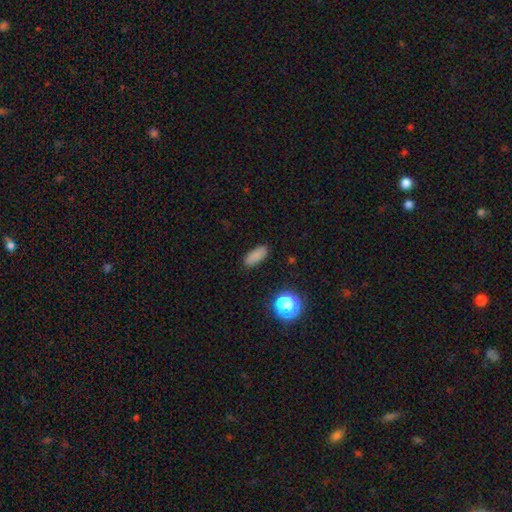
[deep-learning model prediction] A smooth galaxy with no disk features (83%) that is in between round and cigar-shaped (74%). Merging: none (87%).